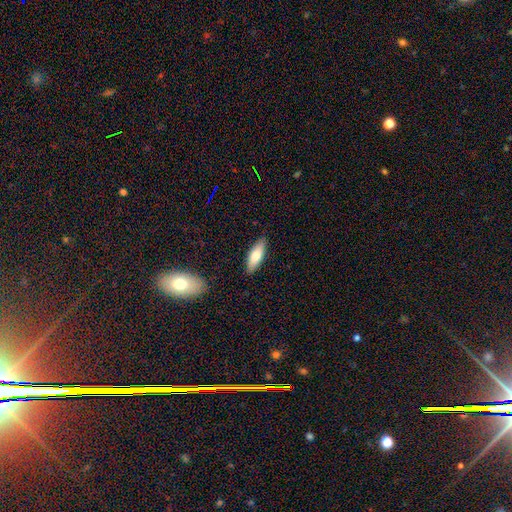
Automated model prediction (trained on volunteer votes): smooth 72%, featured or disk 22%, star or artifact 6%. Down the decision tree: how rounded — in between (60%); merging — none (87%).